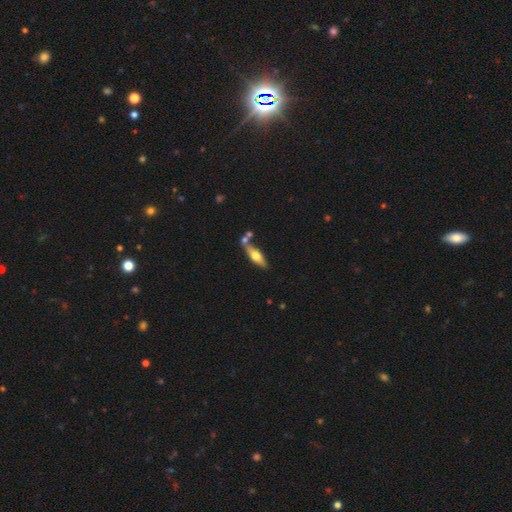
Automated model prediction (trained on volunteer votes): This is possibly a featured or disk galaxy (48%). Merging: likely none (61%).